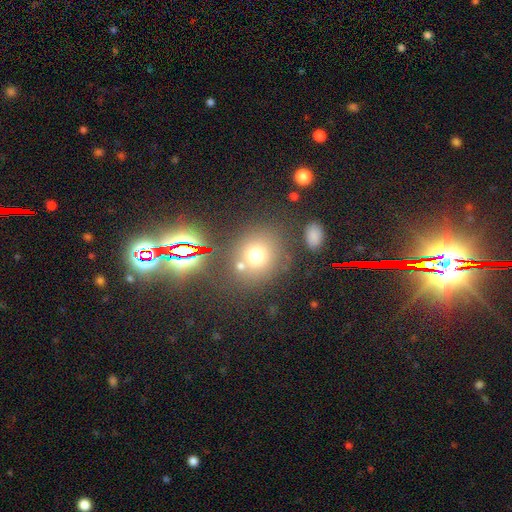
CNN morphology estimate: smooth-or-featured: smooth: 68% | star or artifact: 20% | featured or disk: 12%
  how-rounded: round: 81% | in between: 18% | cigar-shaped: 1%
  merging: none: 68% | merger: 15% | minor disturbance: 11% | major disturbance: 6%